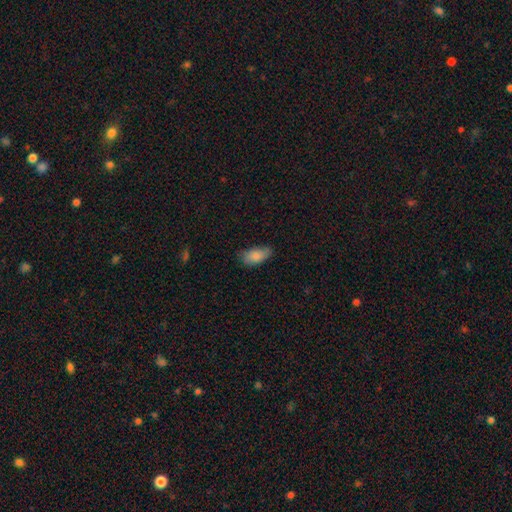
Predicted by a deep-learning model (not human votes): Q: Smooth or featured?
A: smooth (84%); runner-up: featured or disk (9%)
Q: How rounded?
A: in between (91%); runner-up: cigar-shaped (6%)
Q: Merging?
A: none (67%); runner-up: minor disturbance (27%)